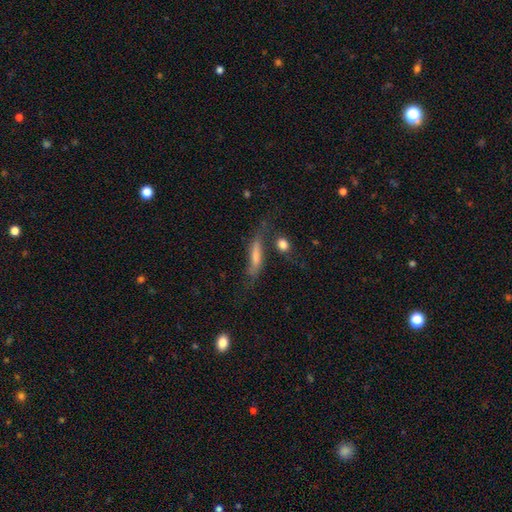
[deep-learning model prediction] Smooth or featured?
  - featured or disk: 49% *
  - smooth: 39%
  - star or artifact: 12%
Merging?
  - none: 51% *
  - minor disturbance: 22%
  - major disturbance: 18%
  - merger: 8%